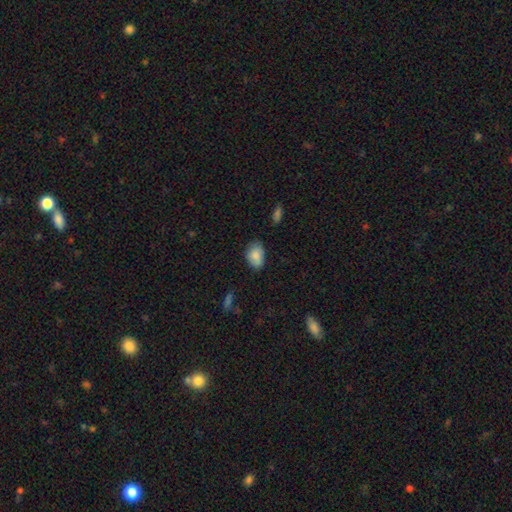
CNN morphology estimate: Q: Smooth or featured?
A: smooth (85%); runner-up: star or artifact (7%)
Q: How rounded?
A: in between (81%); runner-up: round (18%)
Q: Merging?
A: none (71%); runner-up: minor disturbance (24%)